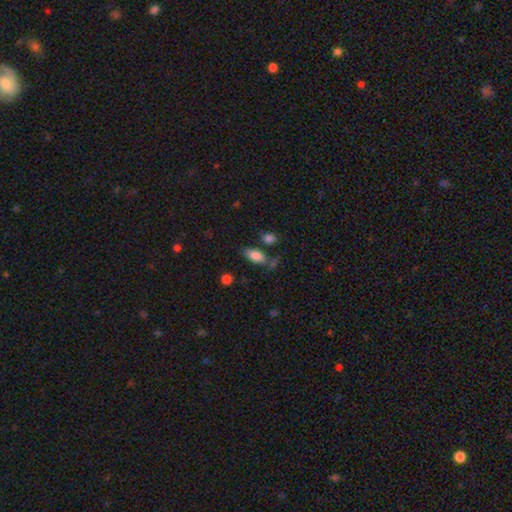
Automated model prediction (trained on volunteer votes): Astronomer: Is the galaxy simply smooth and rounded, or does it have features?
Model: smooth — 83%.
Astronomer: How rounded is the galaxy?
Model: in between — 87%.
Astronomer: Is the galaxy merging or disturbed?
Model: none — 67%.